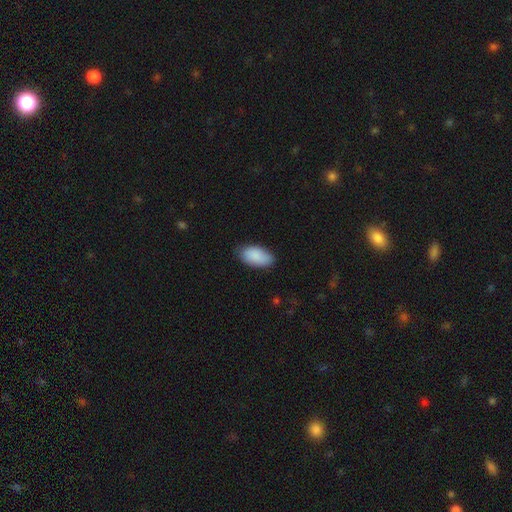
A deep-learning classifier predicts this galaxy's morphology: type=smooth (89%); roundness=in between (95%); merging=none (80%).